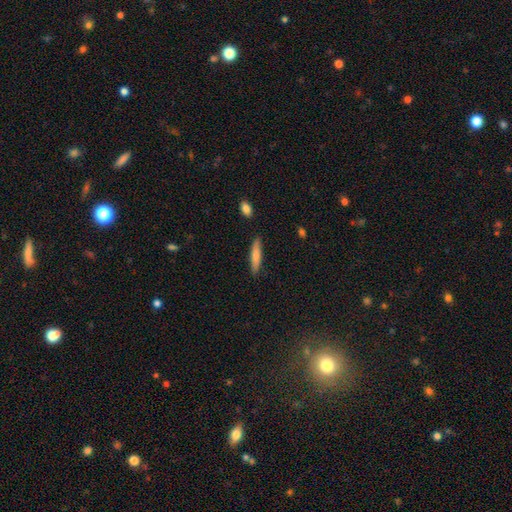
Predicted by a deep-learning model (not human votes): Smooth or featured?
  - smooth: 75% *
  - featured or disk: 20%
  - star or artifact: 6%
How rounded?
  - cigar-shaped: 85% *
  - in between: 13%
  - round: 1%
Merging?
  - none: 88% *
  - minor disturbance: 9%
  - merger: 2%
  - major disturbance: 2%